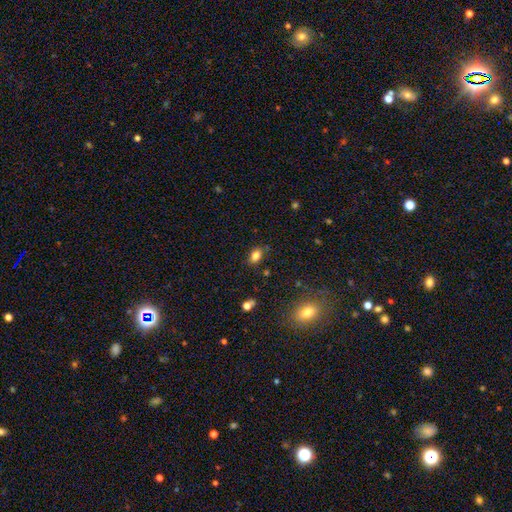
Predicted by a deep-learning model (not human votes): This is clearly a smooth galaxy (82%). How rounded: likely in between (80%). Merging: likely none (77%).